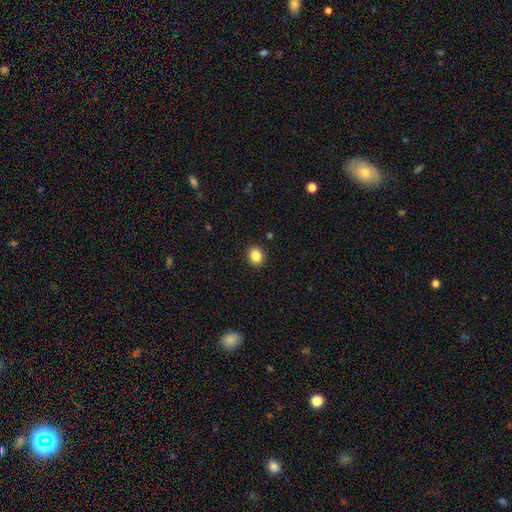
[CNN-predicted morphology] The model was most divided on "how rounded": round: 62%, in between: 38%, cigar-shaped: 1%. More confident: merging — none (91%); smooth or featured — smooth (85%).